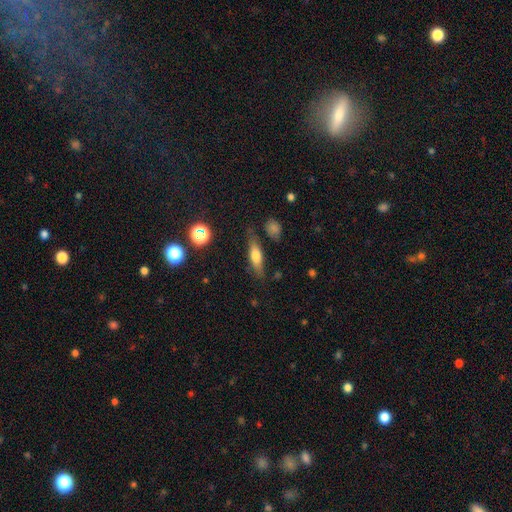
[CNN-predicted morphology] smooth-or-featured: smooth: 59% | featured or disk: 32% | star or artifact: 9%
  how-rounded: cigar-shaped: 54% | in between: 41% | round: 4%
  merging: none: 75% | minor disturbance: 16% | major disturbance: 5% | merger: 3%